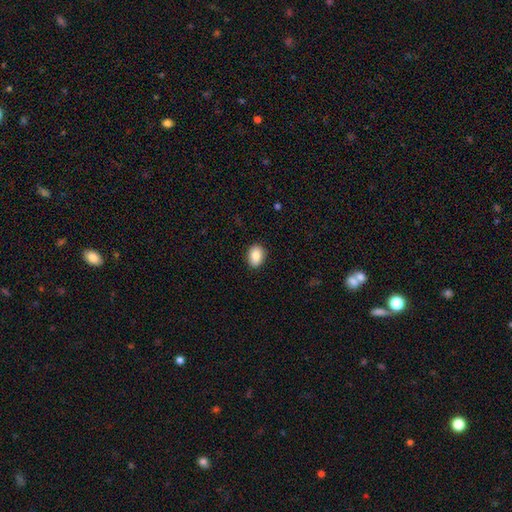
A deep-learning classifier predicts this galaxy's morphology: This is clearly a smooth galaxy (88%). How rounded: likely in between (77%). Merging: clearly none (89%).